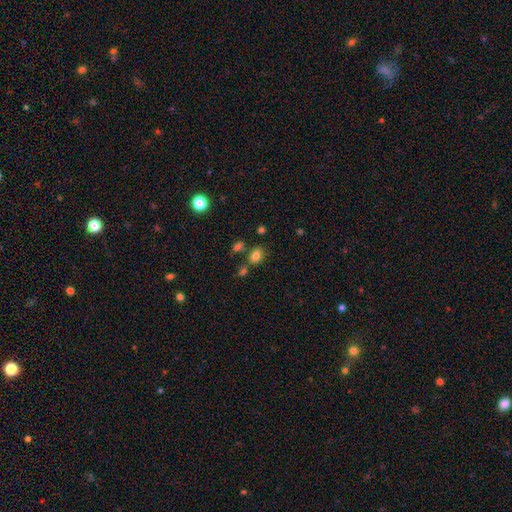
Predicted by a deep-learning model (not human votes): smooth_or_featured: smooth (p=0.80) [alt: star or artifact p=0.13]
how_rounded: in between (p=0.66) [alt: round p=0.33]
merging: none (p=0.69) [alt: minor disturbance p=0.14]